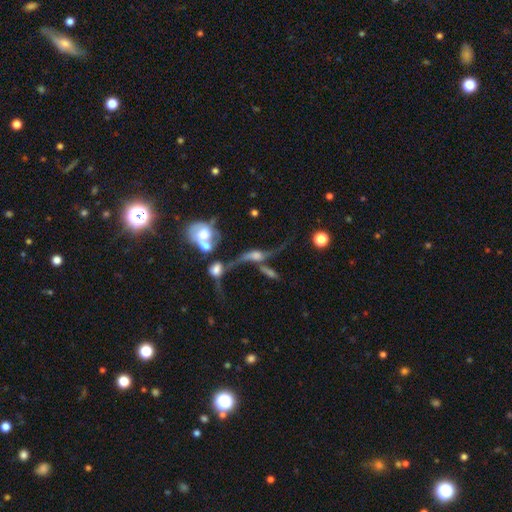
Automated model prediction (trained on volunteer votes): A featured or disk galaxy (72%) with no bar (60%), spiral arms (77%) and a moderate central bulge (36%).

Vote fractions:
- Smooth or featured? featured or disk: 72% / smooth: 16% / star or artifact: 12%
- Edge-on disk? no: 73% / yes: 27%
- Bar? no: 60% / weak: 27% / strong: 13%
- Spiral arms? yes: 77% / no: 23%
- Bulge size? moderate: 36% / small: 23% / large: 19% / none: 17% / dominant: 5%
- Merging? merger: 45% / none: 24% / major disturbance: 21% / minor disturbance: 10%